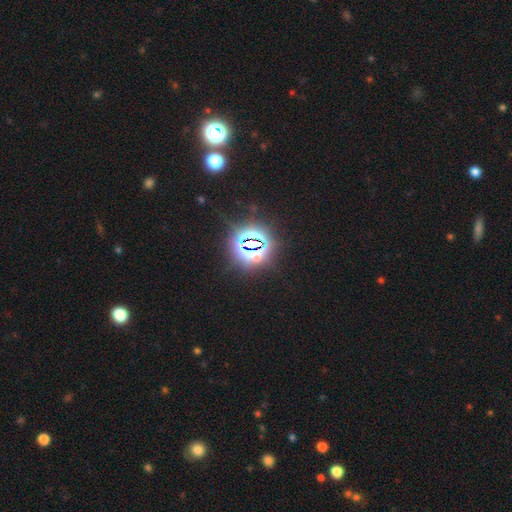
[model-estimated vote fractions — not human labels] Smooth or featured? Predicted: star or artifact (p=0.80).